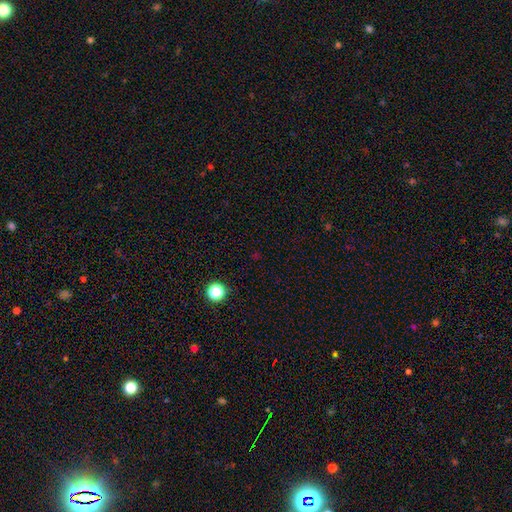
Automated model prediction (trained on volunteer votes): smooth-or-featured: star or artifact: 58% | smooth: 35% | featured or disk: 6%